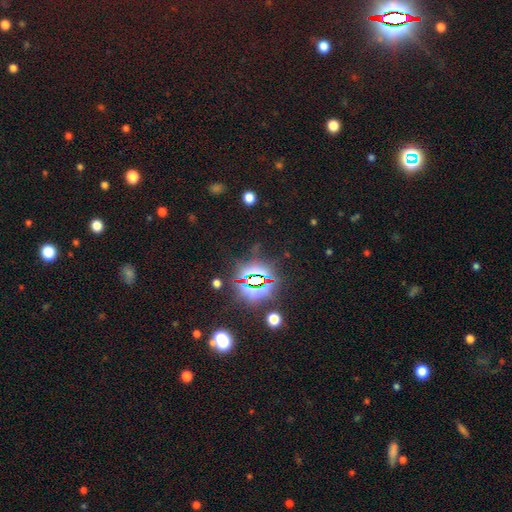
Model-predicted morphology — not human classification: This appears to be a star or artifact, not a galaxy (82%).